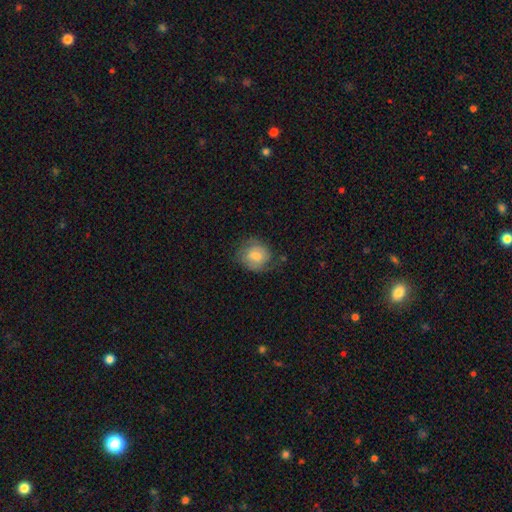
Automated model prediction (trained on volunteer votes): smooth-or-featured: smooth: 60% | featured or disk: 32% | star or artifact: 8%
  how-rounded: round: 74% | in between: 25% | cigar-shaped: 1%
  merging: none: 62% | minor disturbance: 25% | major disturbance: 12% | merger: 2%